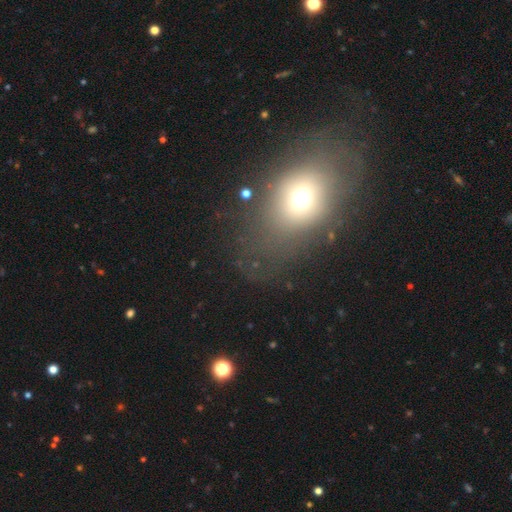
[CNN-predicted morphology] Smooth or featured?
  - smooth: 55% *
  - featured or disk: 25%
  - star or artifact: 20%
How rounded?
  - in between: 65% *
  - round: 32%
  - cigar-shaped: 3%
Merging?
  - none: 74% *
  - minor disturbance: 14%
  - major disturbance: 9%
  - merger: 3%